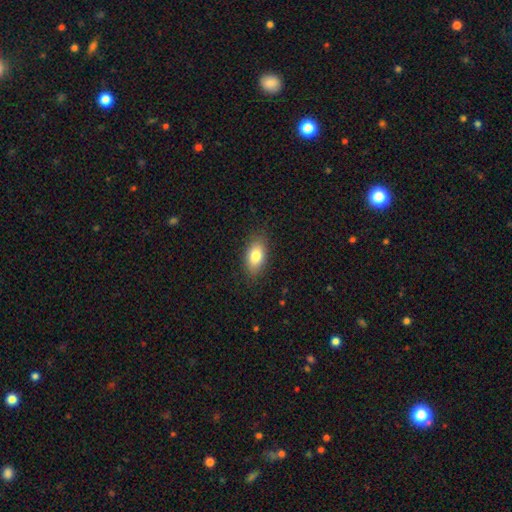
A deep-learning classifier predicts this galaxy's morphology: smooth-or-featured: smooth: 81% | featured or disk: 11% | star or artifact: 8%
  how-rounded: in between: 89% | round: 6% | cigar-shaped: 4%
  merging: none: 86% | minor disturbance: 10% | major disturbance: 3% | merger: 1%